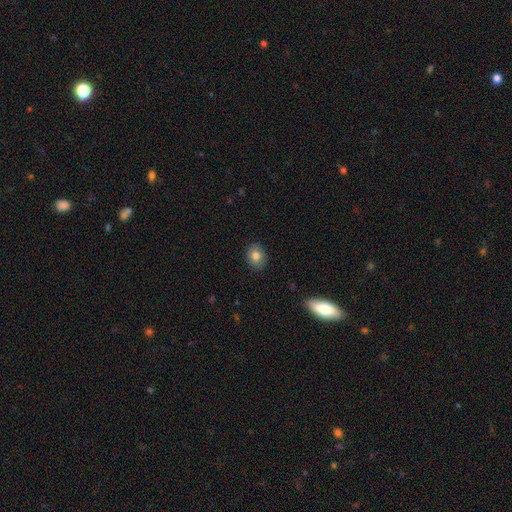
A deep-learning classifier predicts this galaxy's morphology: Smooth or featured?
  - smooth: 81% *
  - featured or disk: 10%
  - star or artifact: 9%
How rounded?
  - round: 52% *
  - in between: 47%
  - cigar-shaped: 1%
Merging?
  - none: 89% *
  - minor disturbance: 8%
  - major disturbance: 2%
  - merger: 1%